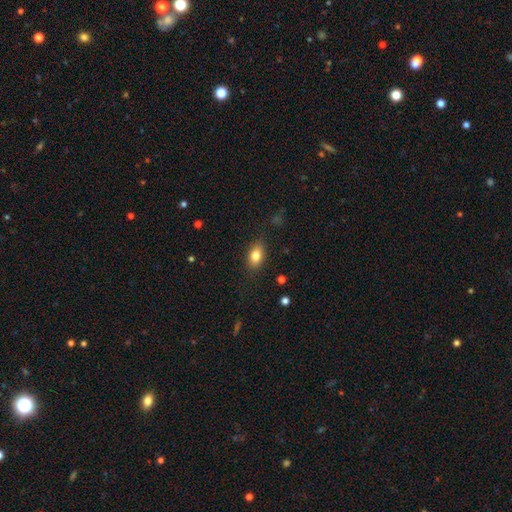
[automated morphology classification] type=smooth (81%); roundness=in between (84%); merging=none (84%).